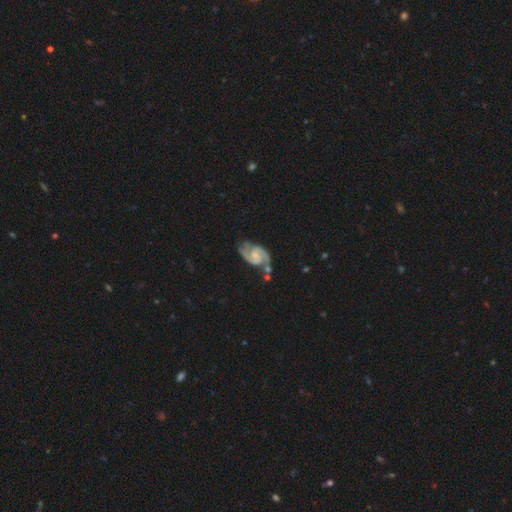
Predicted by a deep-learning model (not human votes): smooth-or-featured: featured or disk: 91% | smooth: 5% | star or artifact: 4%
  disk-edge-on: no: 98% | yes: 2%
    bar: weak: 45% | no: 42% | strong: 13%
    has-spiral-arms: yes: 98% | no: 2%
      spiral-winding: medium: 56% | tight: 30% | loose: 14%
      spiral-arm-count: 2: 93% | can't tell: 2% | 3: 2% | 1: 1% | 4: 1% | more than 4: 1%
    bulge-size: small: 39% | none: 36% | moderate: 21% | large: 3% | dominant: 1%
  merging: none: 65% | minor disturbance: 20% | merger: 9% | major disturbance: 7%